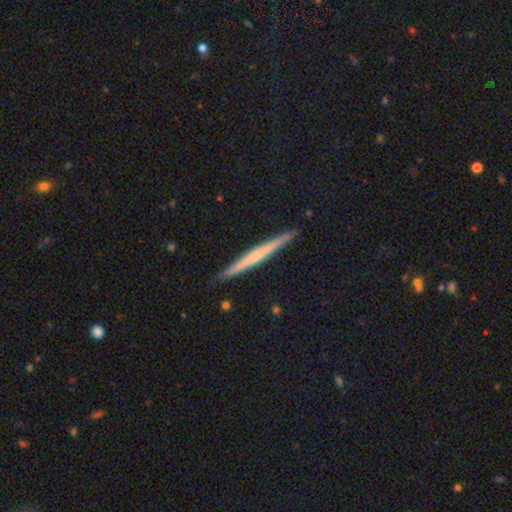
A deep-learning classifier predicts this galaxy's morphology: Smooth or featured: featured or disk — 61% (smooth — 32%)
Edge-on disk: yes — 98% (no — 2%)
Edge-on bulge: none — 56% (rounded — 35%)
Merging: none — 90% (minor disturbance — 7%)